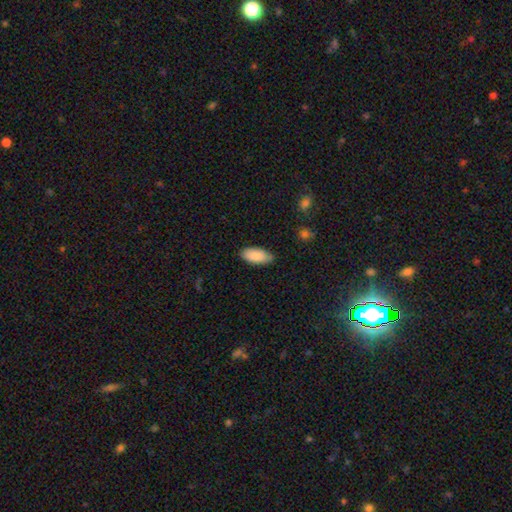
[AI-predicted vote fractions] Smooth or featured? Predicted: smooth (p=0.88). How rounded? Predicted: in between (p=0.89). Merging? Predicted: none (p=0.80).